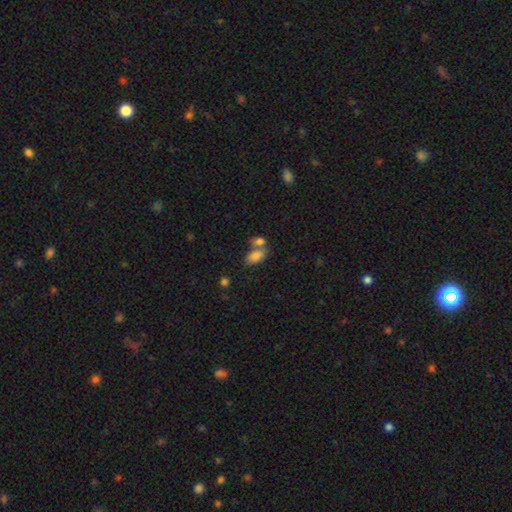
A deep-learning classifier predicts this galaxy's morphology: A smooth galaxy with no disk features (83%) that is in between round and cigar-shaped (90%). Merging: merger (47%).